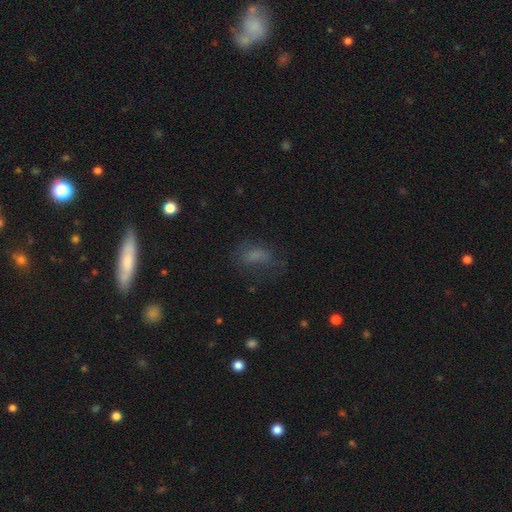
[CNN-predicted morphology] Q: Smooth or featured?
A: smooth (62%); runner-up: featured or disk (20%)
Q: How rounded?
A: in between (81%); runner-up: round (10%)
Q: Merging?
A: none (54%); runner-up: minor disturbance (23%)